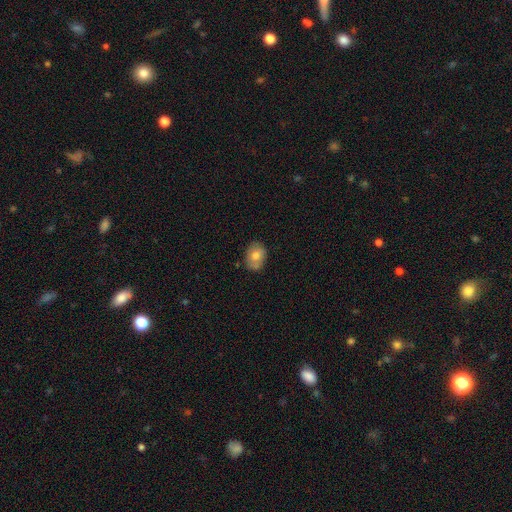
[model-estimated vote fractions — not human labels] This is likely a smooth galaxy (75%). How rounded: likely in between (70%). Merging: likely none (73%).